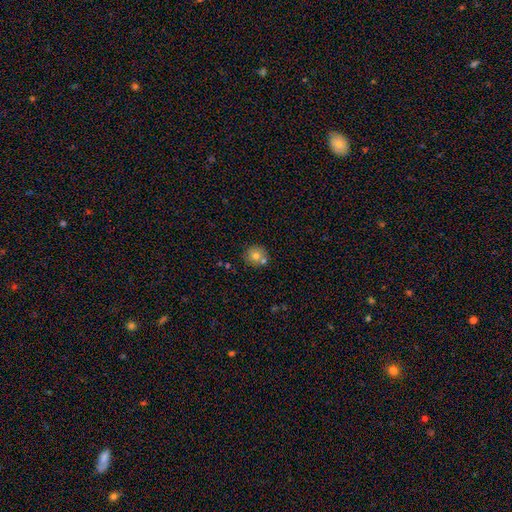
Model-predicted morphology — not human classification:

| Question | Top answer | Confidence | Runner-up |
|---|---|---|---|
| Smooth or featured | smooth | 75% | featured or disk (14%) |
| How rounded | round | 90% | in between (9%) |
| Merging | none | 68% | merger (20%) |